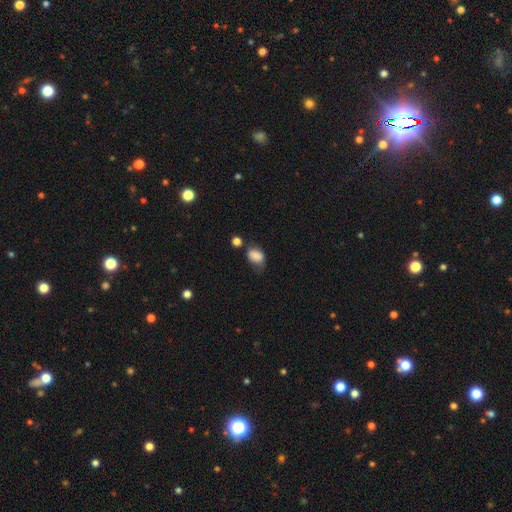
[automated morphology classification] The model was most divided on "merging": none: 43%, minor disturbance: 33%, major disturbance: 14%, merger: 10%. More confident: smooth or featured — smooth (82%); how rounded — in between (78%).